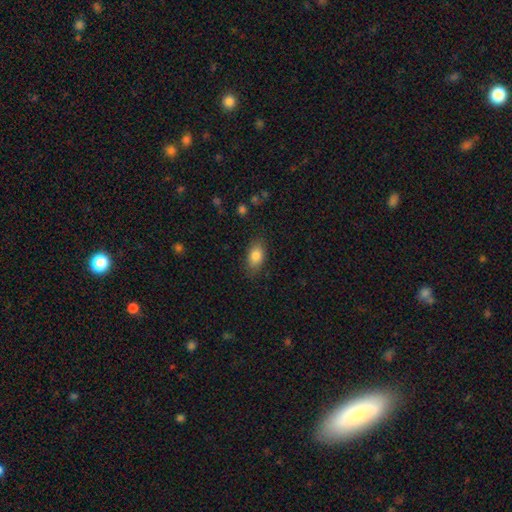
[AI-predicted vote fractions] smooth-or-featured: smooth: 84% | featured or disk: 9% | star or artifact: 8%
  how-rounded: in between: 88% | round: 9% | cigar-shaped: 3%
  merging: none: 83% | minor disturbance: 13% | major disturbance: 3% | merger: 1%